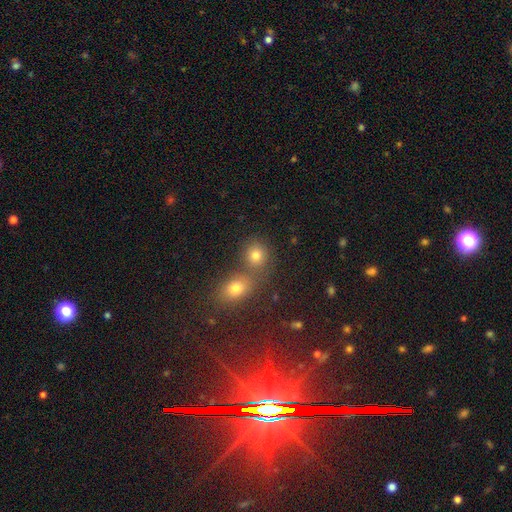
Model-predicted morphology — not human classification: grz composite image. It shows a smooth galaxy with no disk features (75%) that is round (77%). Merging: none (58%).